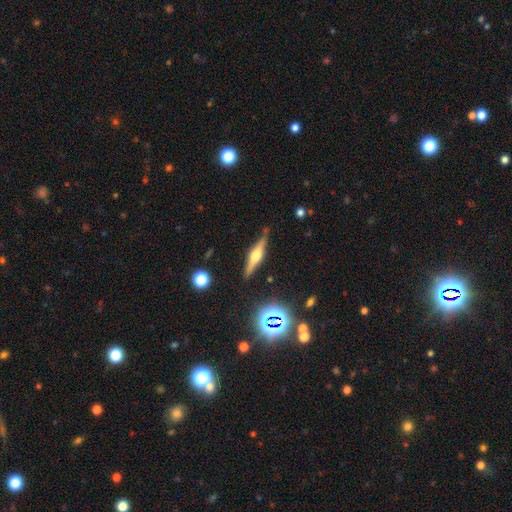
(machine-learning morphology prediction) smooth-or-featured: featured or disk: 71% | smooth: 20% | star or artifact: 9%
  disk-edge-on: yes: 97% | no: 3%
    edge-on-bulge: rounded: 90% | boxy: 8% | none: 2%
  merging: none: 86% | minor disturbance: 10% | merger: 2% | major disturbance: 2%